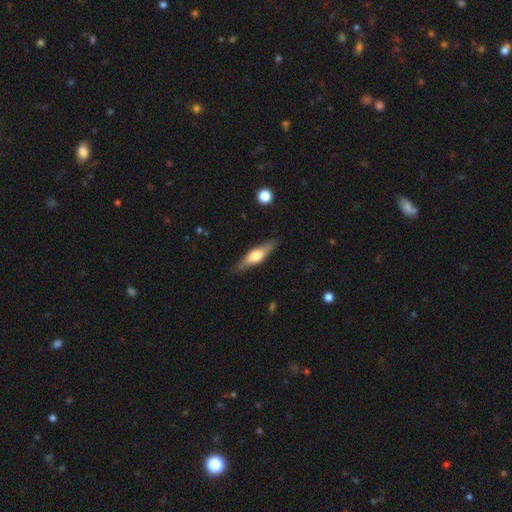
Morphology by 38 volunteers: smooth_or_featured: featured or disk (p=0.50) [alt: smooth p=0.45]
disk_edge_on: yes (p=0.89) [alt: no p=0.11]
edge_on_bulge: rounded (p=0.94) [alt: boxy p=0.06]
merging: none (p=0.78) [alt: major disturbance p=0.14]